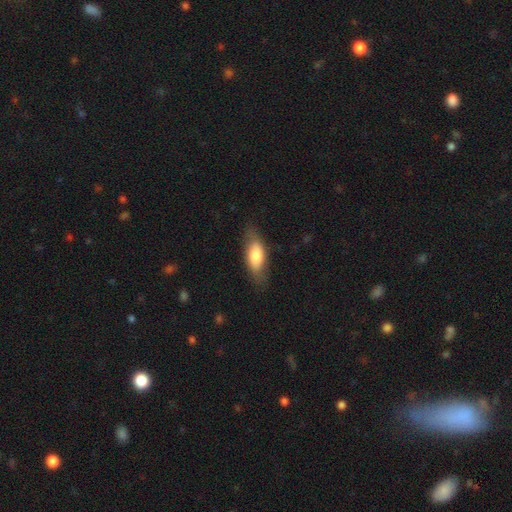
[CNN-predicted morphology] A smooth galaxy with no disk features (72%) that is in between round and cigar-shaped (77%).

Vote fractions:
- Smooth or featured? smooth: 72% / featured or disk: 22% / star or artifact: 6%
- How rounded? in between: 77% / cigar-shaped: 20% / round: 3%
- Merging? none: 76% / minor disturbance: 18% / major disturbance: 5% / merger: 1%